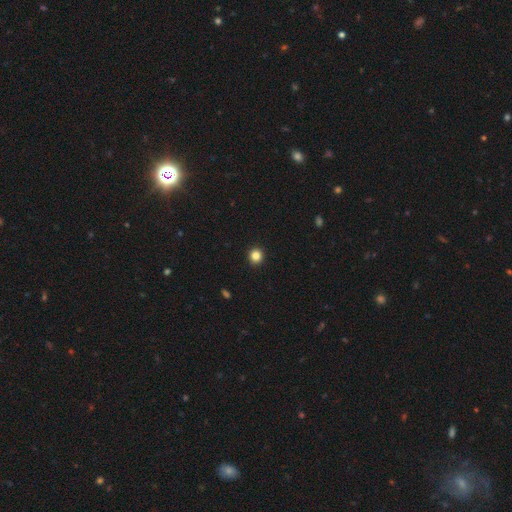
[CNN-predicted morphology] A smooth galaxy with no disk features (84%) that is round (93%).

Vote fractions:
- Smooth or featured? smooth: 84% / star or artifact: 12% / featured or disk: 4%
- How rounded? round: 93% / in between: 6% / cigar-shaped: 1%
- Merging? none: 94% / minor disturbance: 4% / major disturbance: 1% / merger: 1%